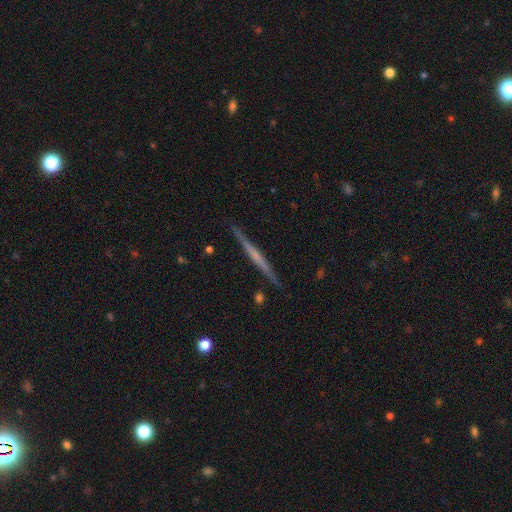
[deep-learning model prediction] featured or disk 70%, smooth 25%, star or artifact 5%. Down the decision tree: edge-on disk — yes (98%); edge-on bulge — none (61%); merging — none (91%).